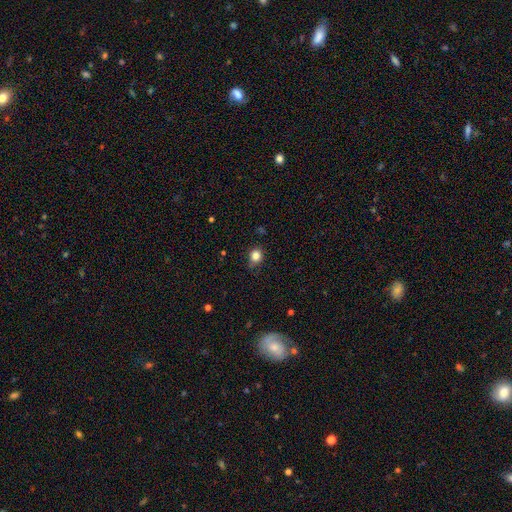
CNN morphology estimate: Overall: smooth (83%). How rounded: round (73%). Merging: none (72%).